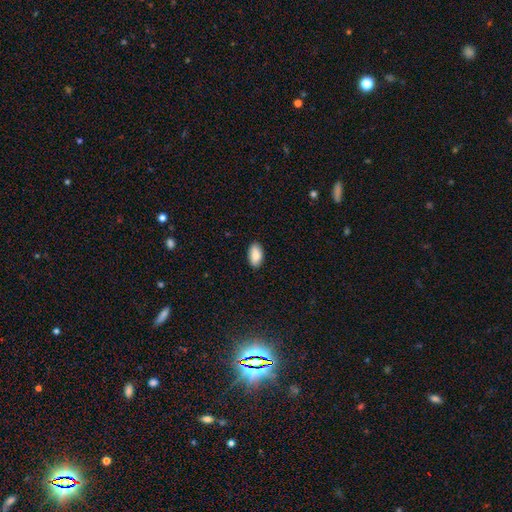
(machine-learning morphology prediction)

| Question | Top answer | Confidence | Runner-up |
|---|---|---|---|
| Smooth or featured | smooth | 87% | star or artifact (7%) |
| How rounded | in between | 93% | cigar-shaped (4%) |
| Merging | none | 88% | minor disturbance (9%) |